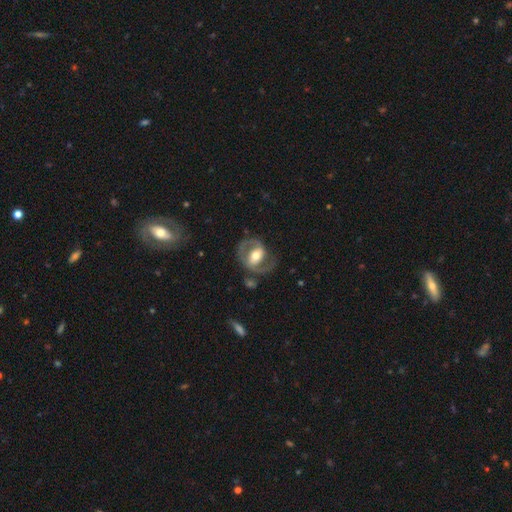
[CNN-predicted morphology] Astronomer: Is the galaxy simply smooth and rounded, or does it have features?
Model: featured or disk — 79%.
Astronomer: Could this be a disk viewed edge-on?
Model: no — 96%.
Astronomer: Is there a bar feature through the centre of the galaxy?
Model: strong — 39% (runner-up: weak, 36%).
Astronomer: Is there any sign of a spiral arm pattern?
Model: yes — 81%.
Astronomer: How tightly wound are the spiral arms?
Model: medium — 53%.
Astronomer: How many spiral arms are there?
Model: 2 — 84%.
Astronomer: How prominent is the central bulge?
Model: moderate — 67%.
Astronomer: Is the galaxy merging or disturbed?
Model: none — 68%.